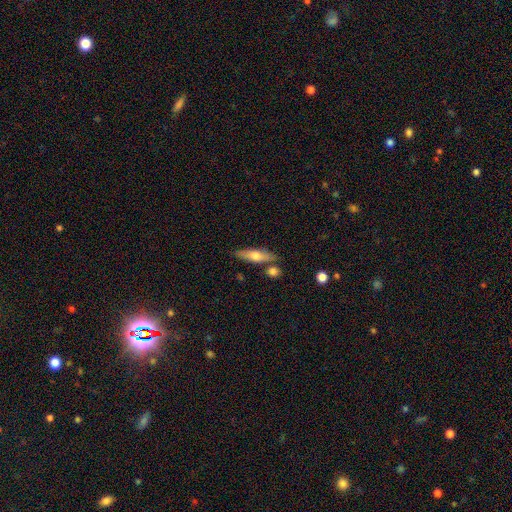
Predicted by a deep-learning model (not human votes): A smooth galaxy with no disk features (57%) that is cigar-shaped (60%). Merging: none (75%).